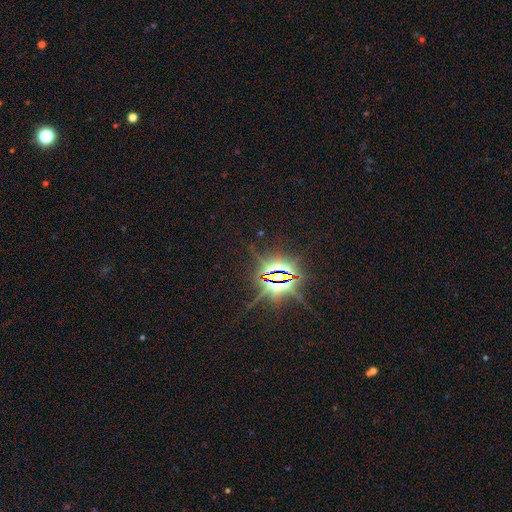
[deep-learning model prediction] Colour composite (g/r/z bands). It shows a star or artifact, not a galaxy (86%).